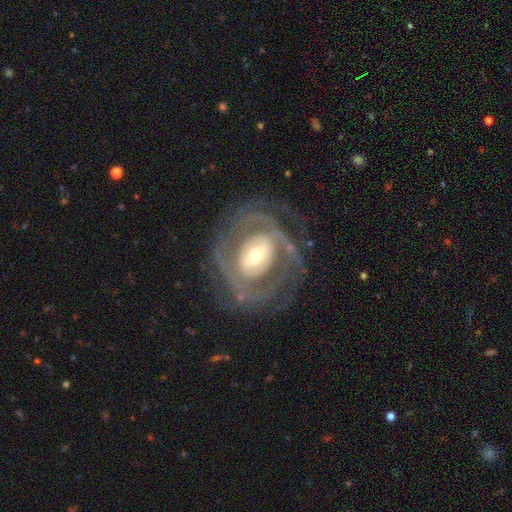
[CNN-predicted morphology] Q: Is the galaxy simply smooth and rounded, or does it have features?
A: featured or disk — 82%.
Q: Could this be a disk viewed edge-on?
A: no — 96%.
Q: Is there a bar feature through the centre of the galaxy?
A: no — 37%.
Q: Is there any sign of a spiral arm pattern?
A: yes — 76%.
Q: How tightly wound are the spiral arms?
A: tight — 63%.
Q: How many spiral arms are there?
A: can't tell — 37%.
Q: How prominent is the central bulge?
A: moderate — 50%.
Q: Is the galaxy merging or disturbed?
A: none — 71%.